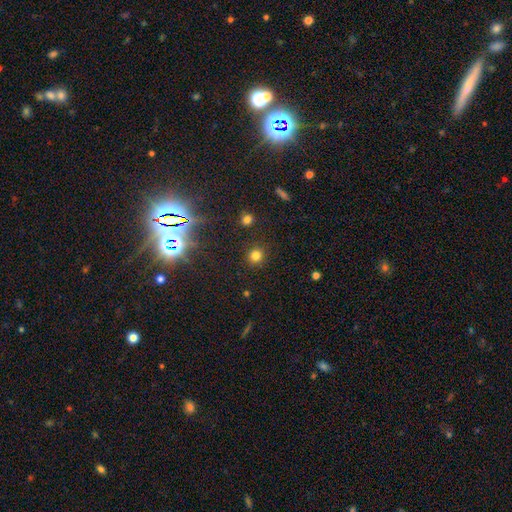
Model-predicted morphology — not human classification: A smooth galaxy with no disk features (77%) that is round (92%). Merging: none (89%).